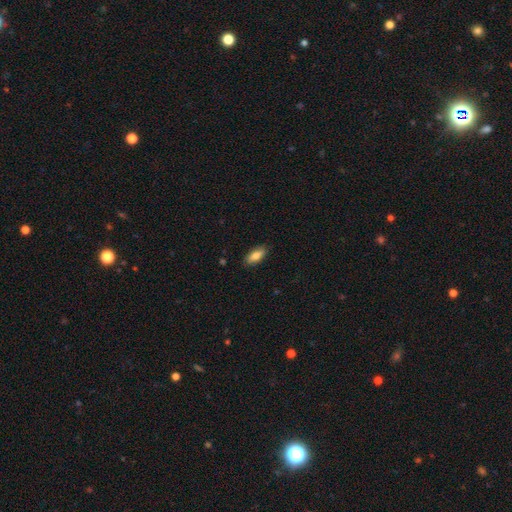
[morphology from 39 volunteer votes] Volunteers were most divided on "smooth or featured": smooth: 77%, featured or disk: 21%, star or artifact: 3%. More confident: how rounded — in between (83%); merging — none (76%).